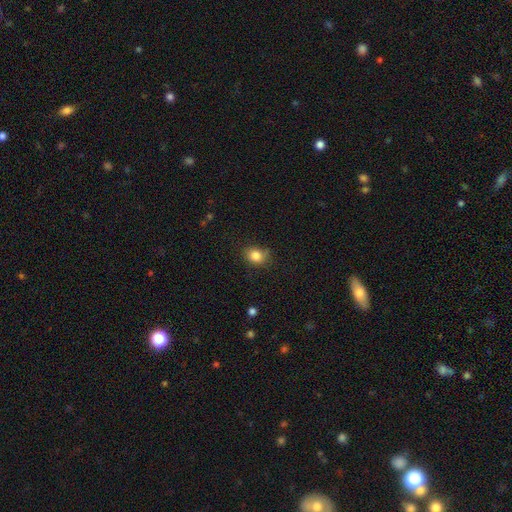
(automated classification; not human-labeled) smooth 83%, star or artifact 11%, featured or disk 6%. Down the decision tree: how rounded — round (57%); merging — none (73%).